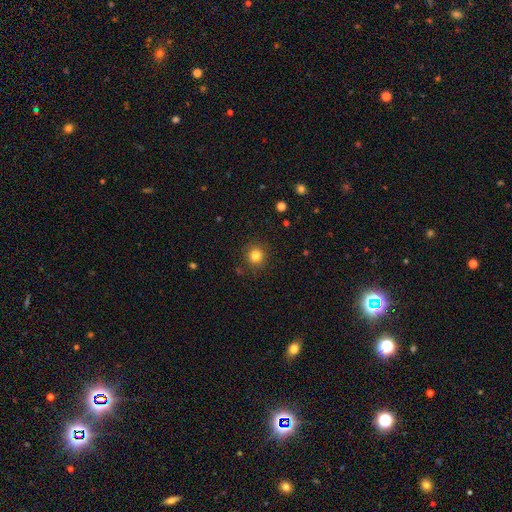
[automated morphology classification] smooth-or-featured: smooth: 83% | star or artifact: 12% | featured or disk: 6%
  how-rounded: round: 92% | in between: 7% | cigar-shaped: 1%
  merging: none: 89% | minor disturbance: 7% | major disturbance: 2% | merger: 1%